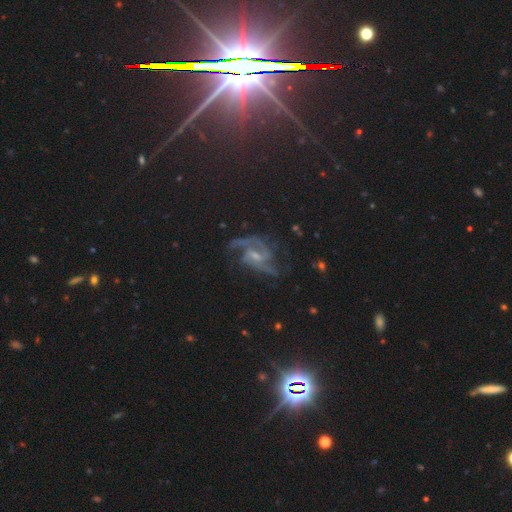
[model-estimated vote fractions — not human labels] Q: Smooth or featured?
A: featured or disk (75%); runner-up: star or artifact (17%)
Q: Edge-on disk?
A: no (97%); runner-up: yes (3%)
Q: Bar?
A: weak (45%); runner-up: no (39%)
Q: Spiral arms?
A: yes (96%); runner-up: no (4%)
Q: Spiral winding?
A: medium (53%); runner-up: loose (27%)
Q: Spiral arm count?
A: 2 (51%); runner-up: 3 (18%)
Q: Bulge size?
A: small (61%); runner-up: moderate (29%)
Q: Merging?
A: none (59%); runner-up: minor disturbance (20%)